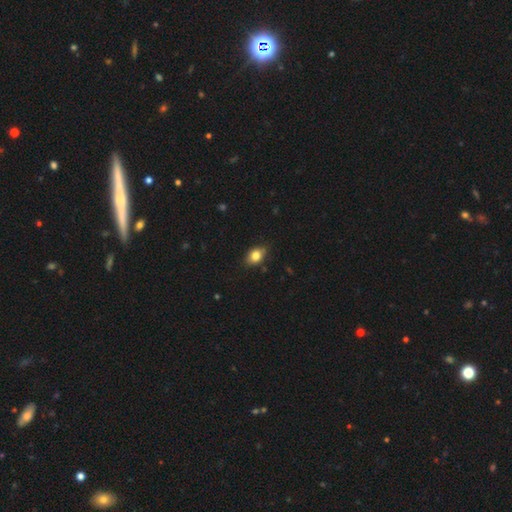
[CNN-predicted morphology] A smooth galaxy with no disk features (81%) that is in between round and cigar-shaped (71%).

Vote fractions:
- Smooth or featured? smooth: 81% / featured or disk: 10% / star or artifact: 9%
- How rounded? in between: 71% / round: 28% / cigar-shaped: 2%
- Merging? none: 79% / minor disturbance: 18% / major disturbance: 3% / merger: 1%